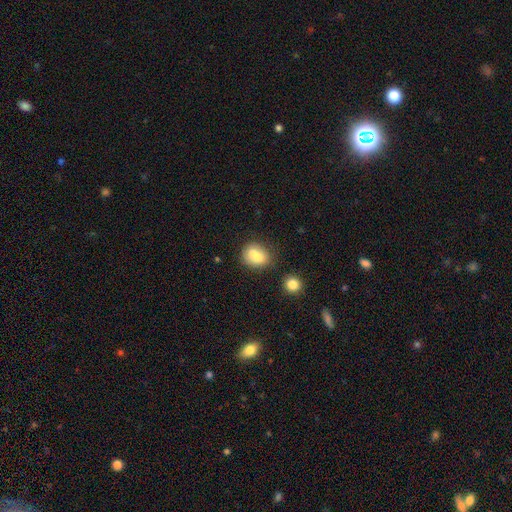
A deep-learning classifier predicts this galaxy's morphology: This is likely a smooth galaxy (74%). How rounded: possibly in between (51%). Merging: possibly none (54%).